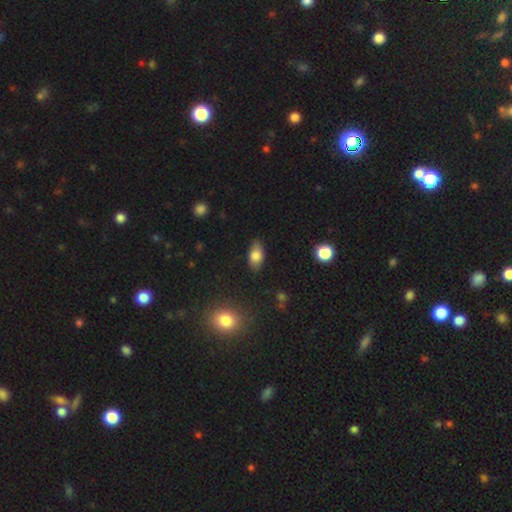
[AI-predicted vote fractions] A smooth galaxy with no disk features (74%) that is in between round and cigar-shaped (89%).

Vote fractions:
- Smooth or featured? smooth: 74% / featured or disk: 17% / star or artifact: 9%
- How rounded? in between: 89% / round: 6% / cigar-shaped: 5%
- Merging? none: 80% / minor disturbance: 15% / major disturbance: 3% / merger: 1%